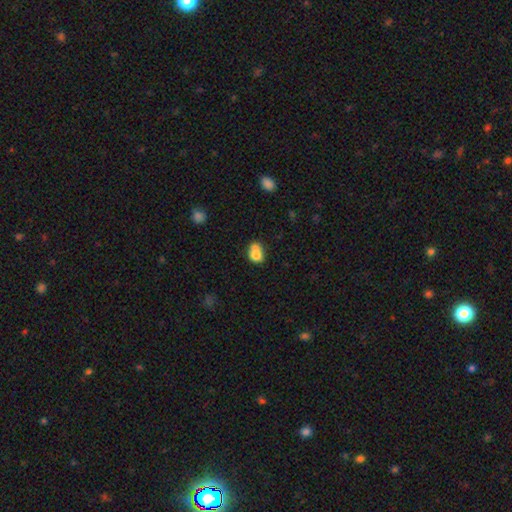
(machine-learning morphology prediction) smooth-or-featured: smooth: 74% | featured or disk: 16% | star or artifact: 10%
  how-rounded: round: 51% | in between: 48% | cigar-shaped: 1%
  merging: merger: 56% | none: 28% | minor disturbance: 11% | major disturbance: 5%